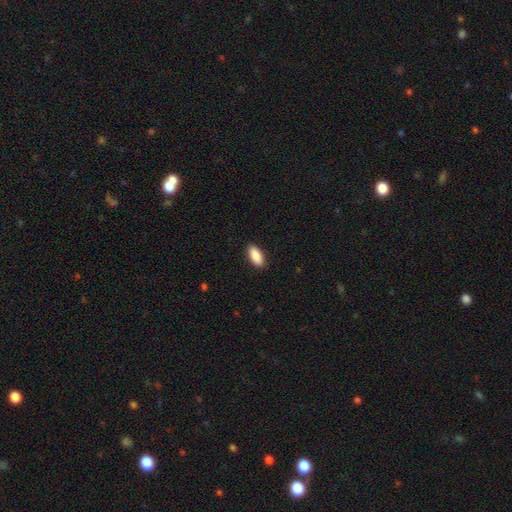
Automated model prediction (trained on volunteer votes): This is clearly a smooth galaxy (89%). How rounded: clearly in between (88%). Merging: clearly none (90%).